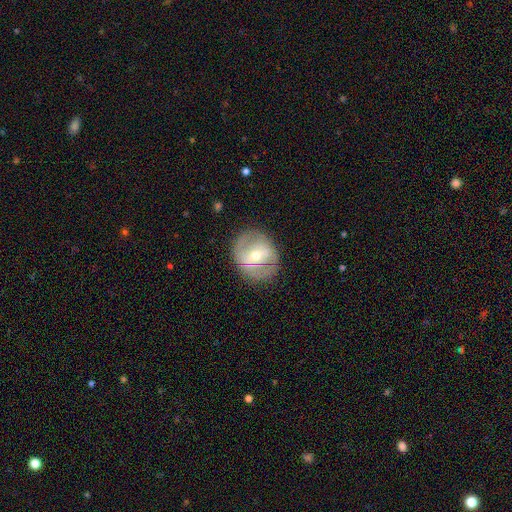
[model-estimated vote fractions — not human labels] Smooth or featured? featured or disk (64%)
Edge-on disk? no (95%)
Bar? weak (41%)
Spiral arms? yes (51%)
Bulge size? moderate (54%)
Merging? none (79%)